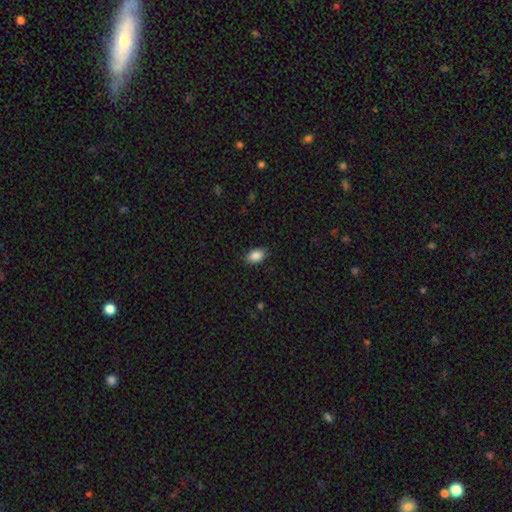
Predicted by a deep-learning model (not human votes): The model was most divided on "how rounded": in between: 88%, round: 11%, cigar-shaped: 1%. More confident: smooth or featured — smooth (88%); merging — none (87%).